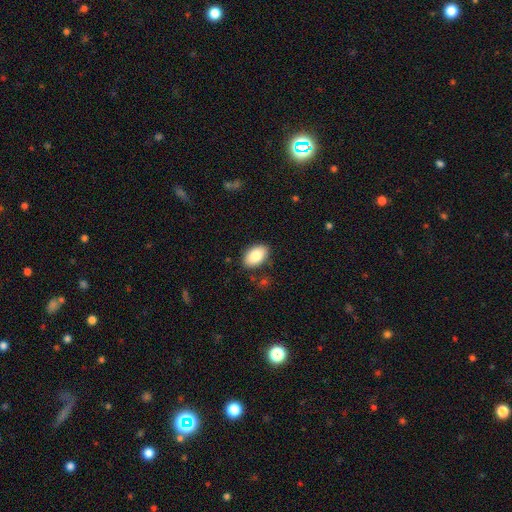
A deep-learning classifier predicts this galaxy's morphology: This appears to be a smooth galaxy with no disk features (84%) that is in between round and cigar-shaped (92%). Merging: none (85%).